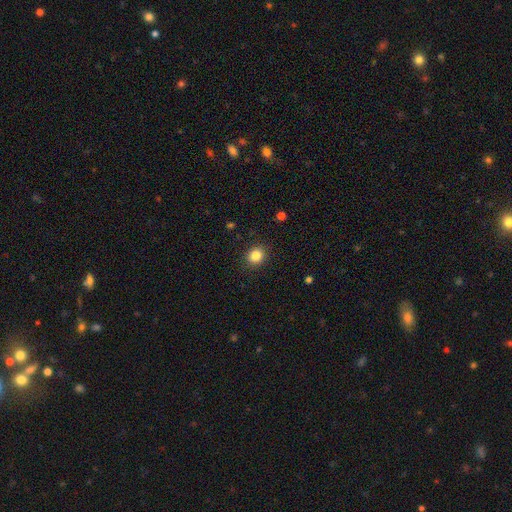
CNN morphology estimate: smooth 85%, star or artifact 11%, featured or disk 4%. Down the decision tree: how rounded — round (78%); merging — none (89%).